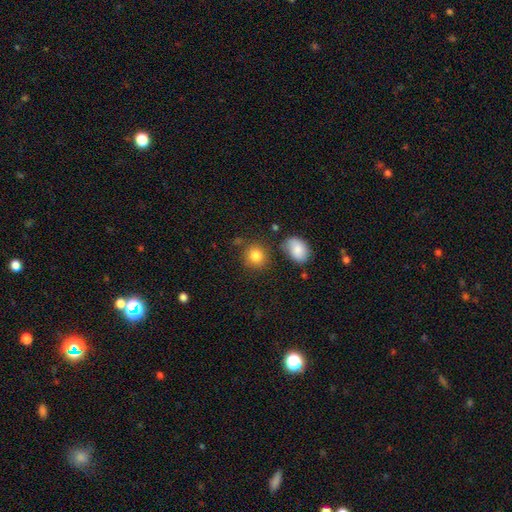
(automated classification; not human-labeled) This is clearly a smooth galaxy (84%). How rounded: clearly round (82%). Merging: likely none (78%).